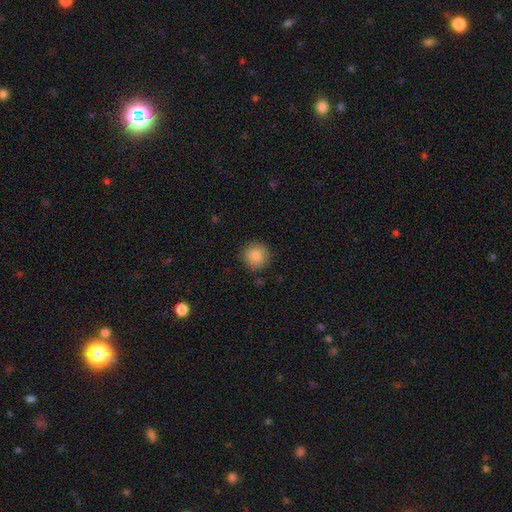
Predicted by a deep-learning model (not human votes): smooth 85%, star or artifact 9%, featured or disk 6%. Down the decision tree: how rounded — round (93%); merging — none (86%).